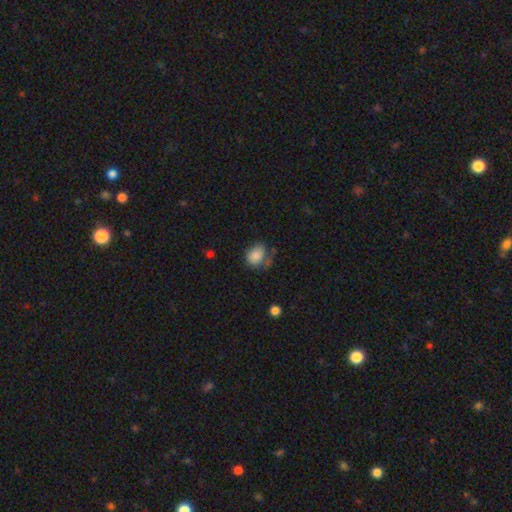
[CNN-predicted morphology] The model was most divided on "how rounded": in between: 59%, round: 40%, cigar-shaped: 1%. More confident: smooth or featured — smooth (83%); merging — none (52%).